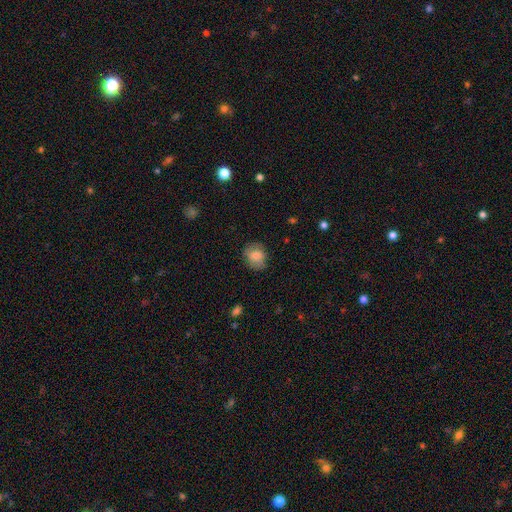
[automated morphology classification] smooth 74%, featured or disk 18%, star or artifact 8%. Down the decision tree: how rounded — round (62%); merging — none (75%).